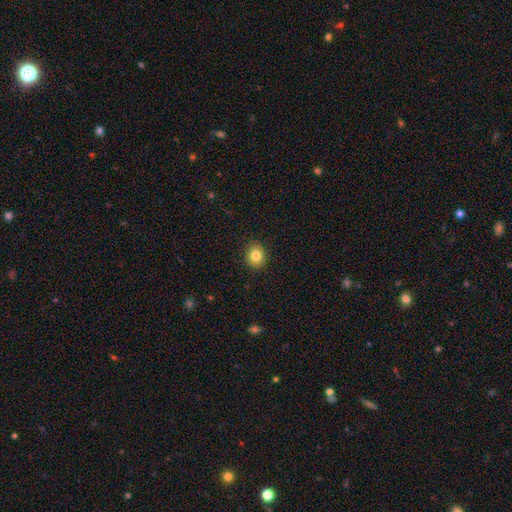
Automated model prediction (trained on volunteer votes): A smooth galaxy with no disk features (83%) that is round (66%). Merging: none (90%).